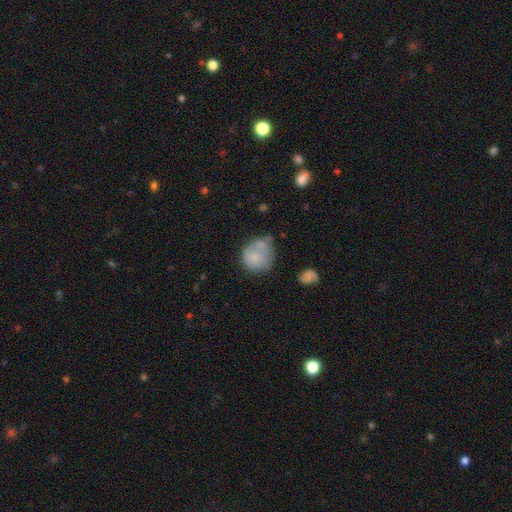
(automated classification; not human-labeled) Overall: smooth (73%). How rounded: round (77%). Merging: none (43%; minor disturbance 26%).